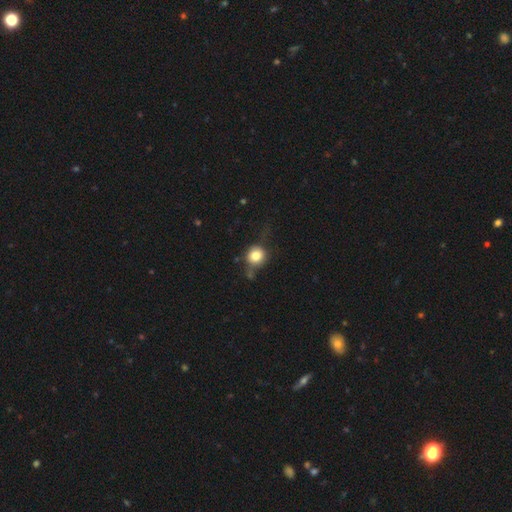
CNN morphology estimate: Overall: smooth (77%). How rounded: round (85%). Merging: none (59%; minor disturbance 25%).